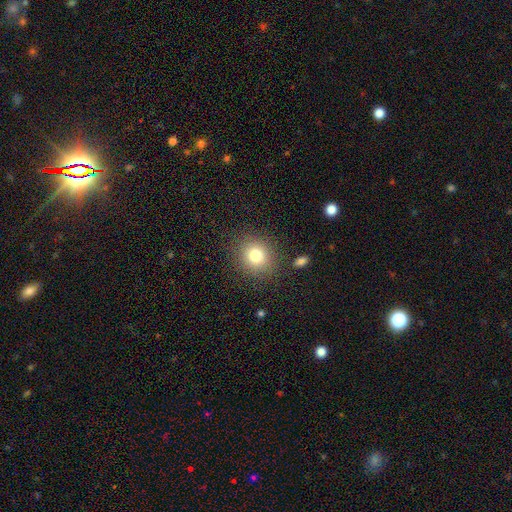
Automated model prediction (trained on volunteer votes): This appears to be a smooth galaxy with no disk features (79%) that is round (80%). Merging: none (85%).